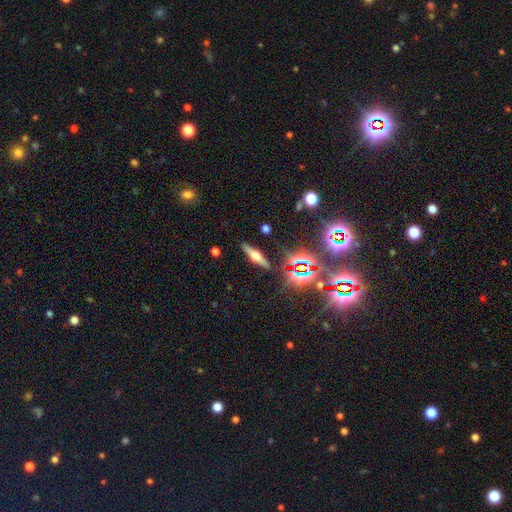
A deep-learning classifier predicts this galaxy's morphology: type=featured or disk (54%); edge-on=yes (94%); edge-on bulge=rounded (90%); merging=none (87%).